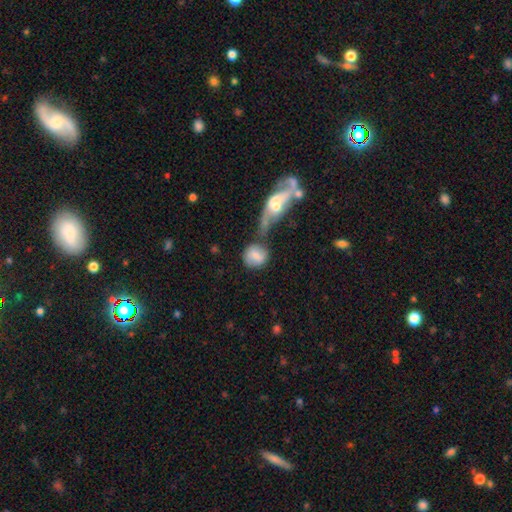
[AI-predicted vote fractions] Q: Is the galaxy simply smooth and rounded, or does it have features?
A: smooth — 73%.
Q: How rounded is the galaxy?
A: round — 77%.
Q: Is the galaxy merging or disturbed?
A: none — 42%.